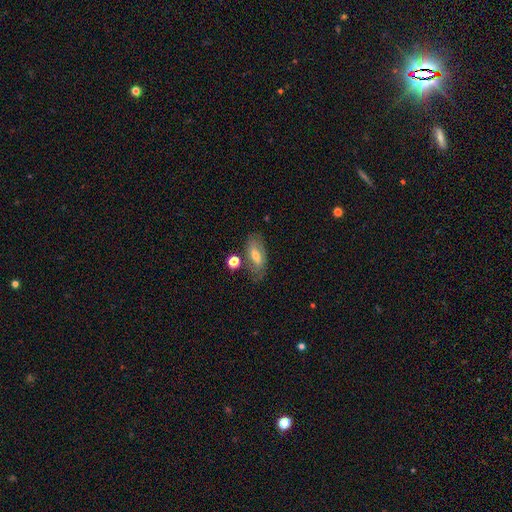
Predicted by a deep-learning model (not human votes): Overall: smooth (48%; featured or disk 43%). Merging: none (64%).